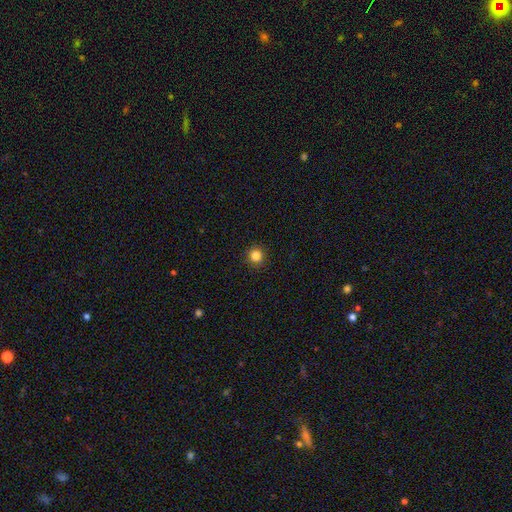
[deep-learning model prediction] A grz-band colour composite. It shows a smooth galaxy with no disk features (84%) that is round (94%). Merging: none (92%).